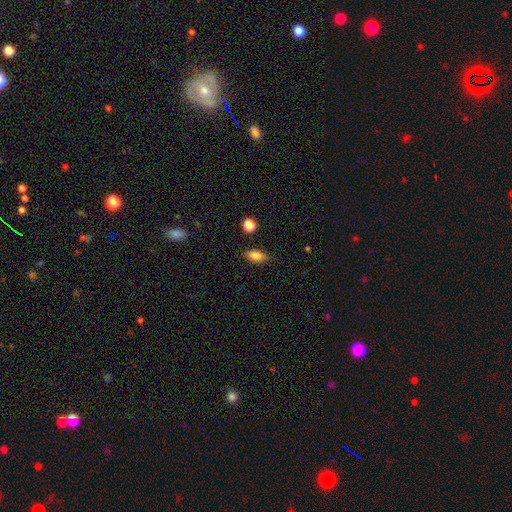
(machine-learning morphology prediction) type=smooth (83%); roundness=in between (82%); merging=none (83%).